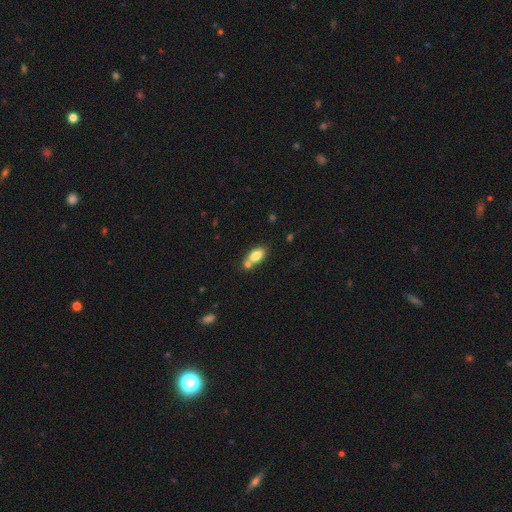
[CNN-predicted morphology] Smooth or featured? smooth (78%)
How rounded? in between (86%)
Merging? none (49%)